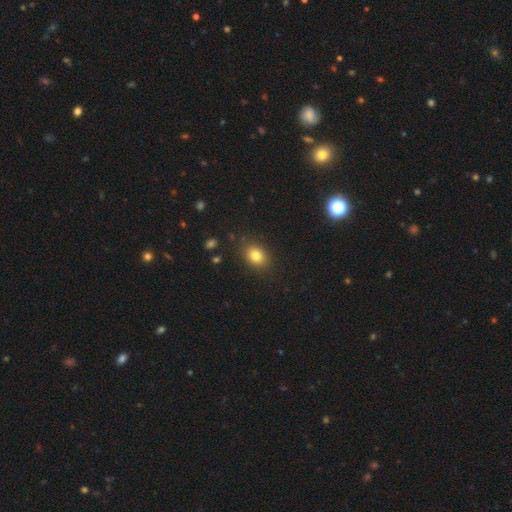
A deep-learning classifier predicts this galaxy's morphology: Smooth or featured: smooth — 81% (star or artifact — 11%)
How rounded: in between — 58% (round — 41%)
Merging: none — 85% (minor disturbance — 10%)